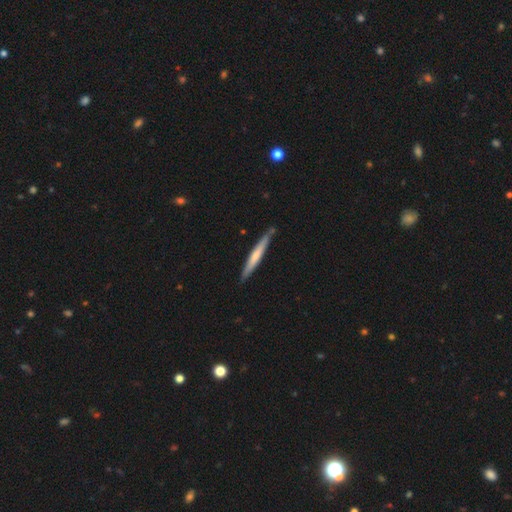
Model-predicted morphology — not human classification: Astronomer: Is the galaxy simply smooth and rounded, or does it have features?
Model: smooth — 51% (runner-up: featured or disk, 44%).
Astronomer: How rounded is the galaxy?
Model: cigar-shaped — 96%.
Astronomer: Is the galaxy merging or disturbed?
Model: none — 85%.